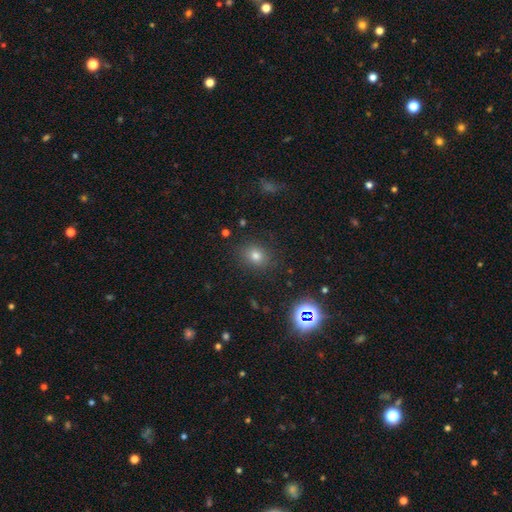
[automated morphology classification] Smooth or featured? smooth (72%)
How rounded? round (62%)
Merging? none (85%)